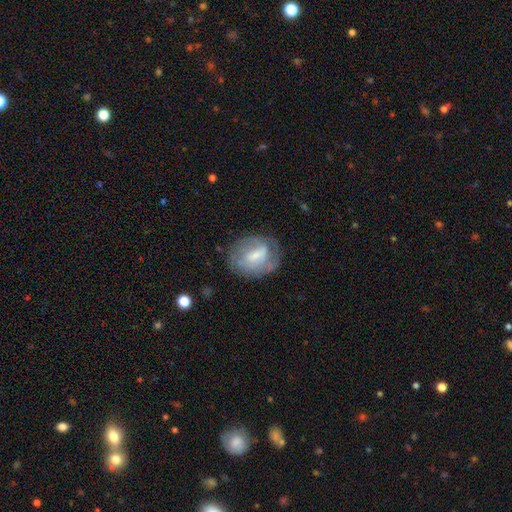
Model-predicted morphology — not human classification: smooth_or_featured: featured or disk (p=0.51) [alt: smooth p=0.42]
disk_edge_on: no (p=0.96) [alt: yes p=0.04]
merging: none (p=0.61) [alt: minor disturbance p=0.24]